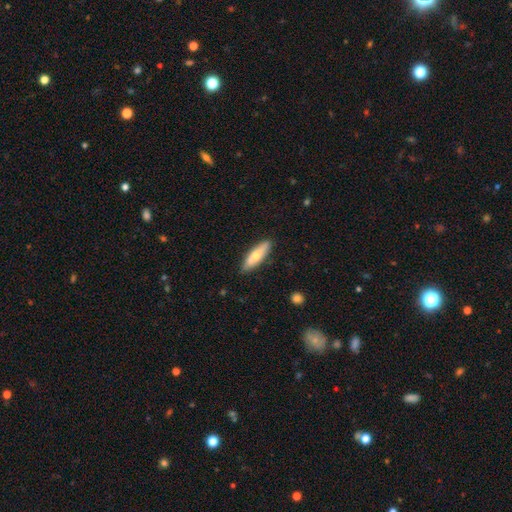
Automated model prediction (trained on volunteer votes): Morphology: type=smooth (64%); roundness=cigar-shaped (60%); merging=none (87%).